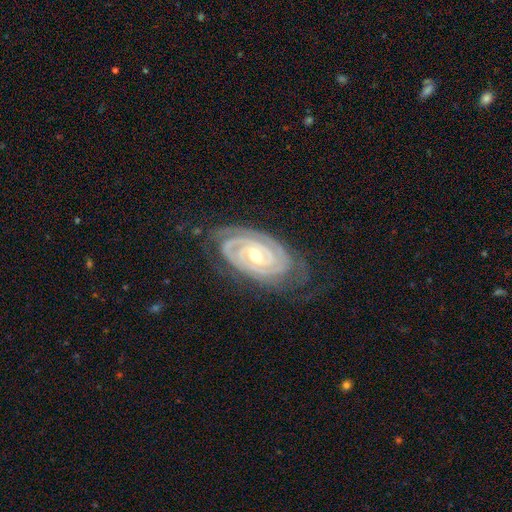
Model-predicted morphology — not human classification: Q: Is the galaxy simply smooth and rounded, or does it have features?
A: featured or disk — 92%.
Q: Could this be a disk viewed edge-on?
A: no — 96%.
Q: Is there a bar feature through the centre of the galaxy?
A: no — 40%.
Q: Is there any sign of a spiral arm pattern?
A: yes — 98%.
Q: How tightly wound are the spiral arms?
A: tight — 87%.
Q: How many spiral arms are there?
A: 2 — 65%.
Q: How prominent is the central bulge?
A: moderate — 56%.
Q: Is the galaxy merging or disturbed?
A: none — 75%.